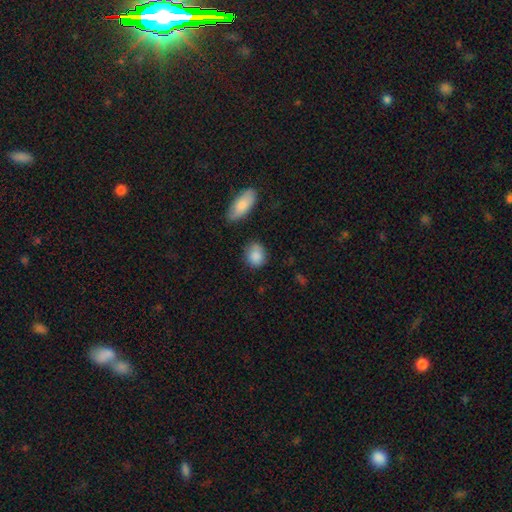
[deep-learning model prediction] Morphology: type=smooth (86%); roundness=round (58%); merging=none (70%).